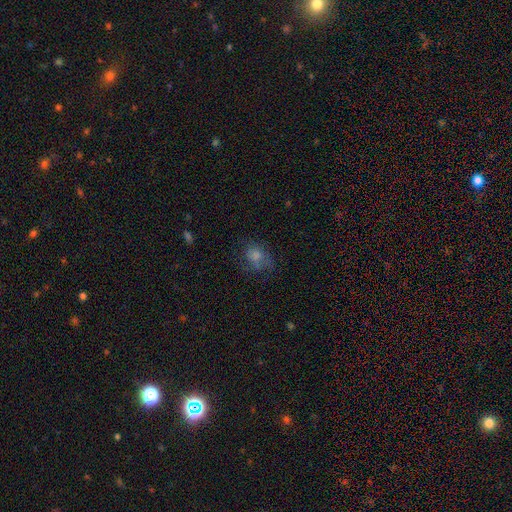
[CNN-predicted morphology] A smooth galaxy with no disk features (58%) that is round (54%). Merging: none (57%).